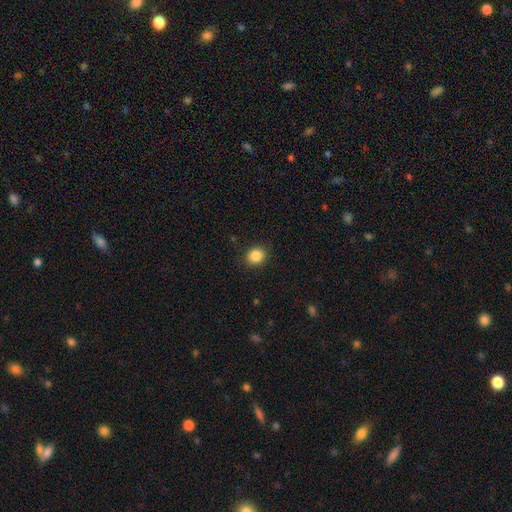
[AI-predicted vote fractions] Smooth or featured? smooth (87%)
How rounded? round (78%)
Merging? none (90%)